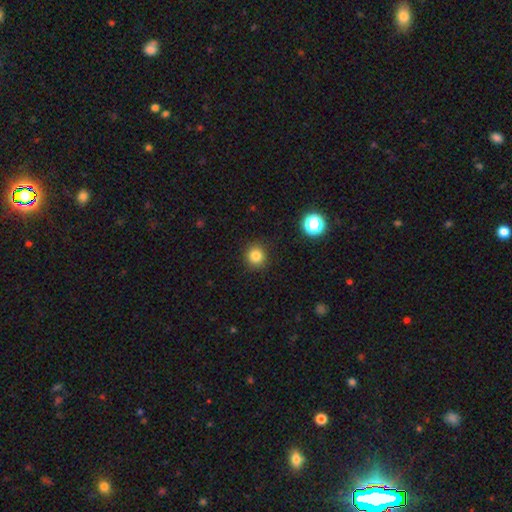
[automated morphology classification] smooth_or_featured: smooth (p=0.82) [alt: star or artifact p=0.13]
how_rounded: round (p=0.92) [alt: in between p=0.07]
merging: none (p=0.90) [alt: minor disturbance p=0.06]